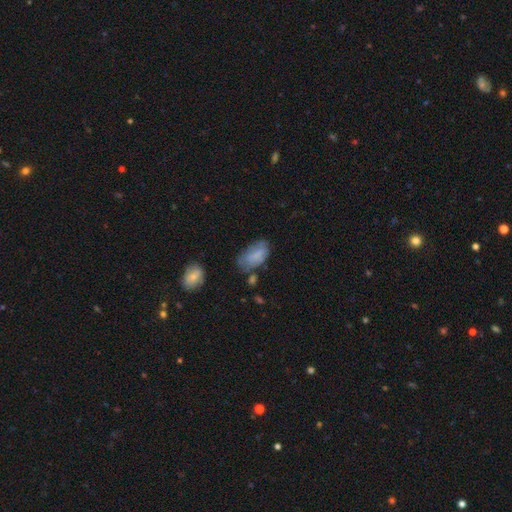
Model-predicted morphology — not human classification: A smooth galaxy with no disk features (70%) that is in between round and cigar-shaped (93%). Merging: none (47%).